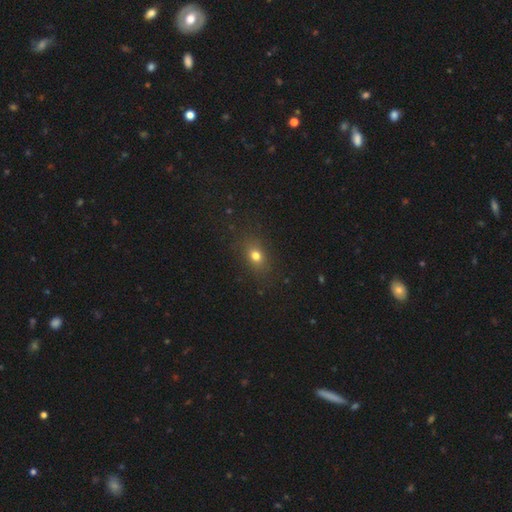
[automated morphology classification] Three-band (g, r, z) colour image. It shows a smooth galaxy with no disk features (73%) that is in between round and cigar-shaped (56%). Merging: none (85%).